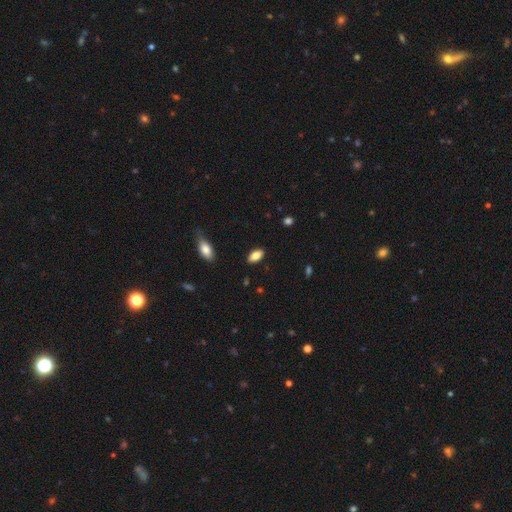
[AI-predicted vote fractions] Smooth or featured?
  - smooth: 83% *
  - featured or disk: 9%
  - star or artifact: 7%
How rounded?
  - in between: 91% *
  - cigar-shaped: 6%
  - round: 3%
Merging?
  - none: 87% *
  - minor disturbance: 9%
  - major disturbance: 2%
  - merger: 1%